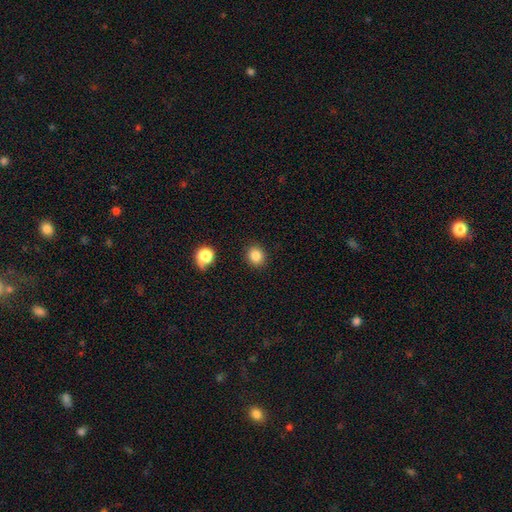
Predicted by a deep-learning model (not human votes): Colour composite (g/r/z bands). It shows a smooth galaxy with no disk features (84%) that is round (79%). Merging: none (90%).